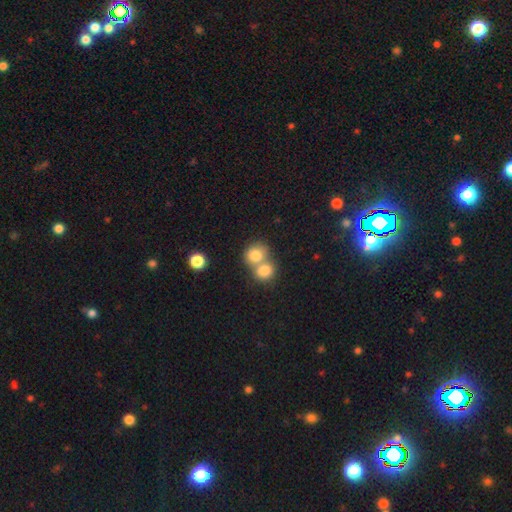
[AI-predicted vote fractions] Smooth or featured?
  - smooth: 80% *
  - featured or disk: 11%
  - star or artifact: 9%
How rounded?
  - round: 74% *
  - in between: 25%
  - cigar-shaped: 1%
Merging?
  - merger: 61% *
  - none: 30%
  - minor disturbance: 6%
  - major disturbance: 2%